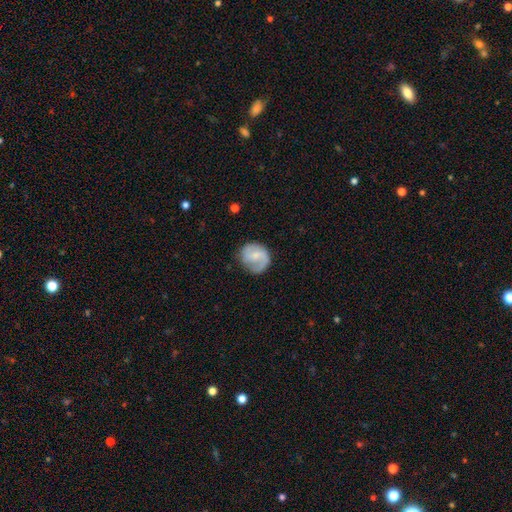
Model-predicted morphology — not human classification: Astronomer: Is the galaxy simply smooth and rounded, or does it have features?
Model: featured or disk — 59% (runner-up: smooth, 35%).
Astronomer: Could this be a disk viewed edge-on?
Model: no — 98%.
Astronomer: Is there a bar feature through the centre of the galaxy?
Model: weak — 47% (runner-up: no, 42%).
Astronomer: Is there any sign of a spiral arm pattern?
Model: yes — 88%.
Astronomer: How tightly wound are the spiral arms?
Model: medium — 44% (runner-up: loose, 33%).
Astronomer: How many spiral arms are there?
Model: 2 — 69%.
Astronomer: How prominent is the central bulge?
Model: small — 49% (runner-up: moderate, 32%).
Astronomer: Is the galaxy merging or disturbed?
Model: none — 69%.